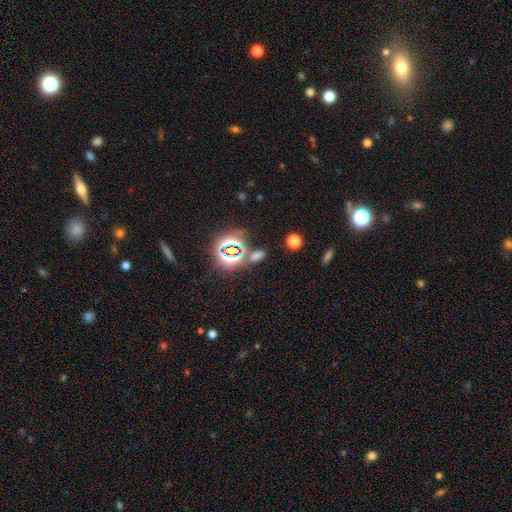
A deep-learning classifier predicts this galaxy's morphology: Overall: smooth (51%; star or artifact 41%). How rounded: in between (75%). Merging: none (73%).